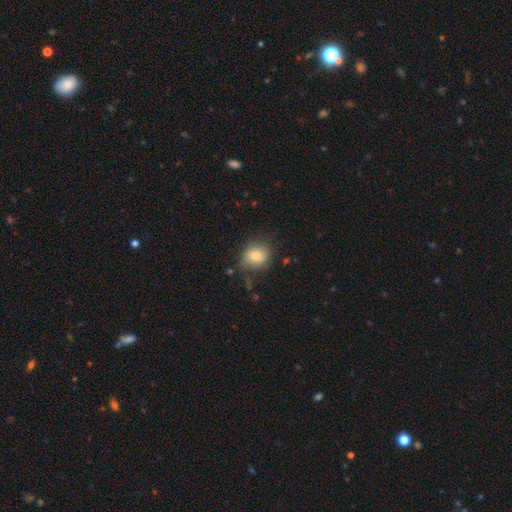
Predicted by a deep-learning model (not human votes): The model was most divided on "how rounded": round: 65%, in between: 34%, cigar-shaped: 1%. More confident: smooth or featured — smooth (77%); merging — none (72%).